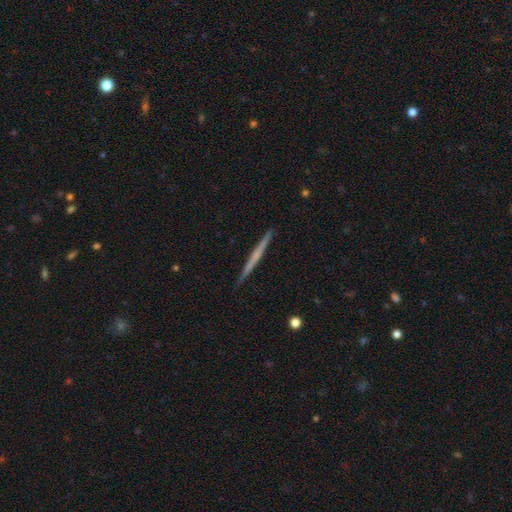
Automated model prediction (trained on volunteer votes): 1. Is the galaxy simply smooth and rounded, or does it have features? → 59% featured or disk, 35% smooth, 5% star or artifact.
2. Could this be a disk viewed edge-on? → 98% yes, 2% no.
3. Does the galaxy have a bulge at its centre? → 81% none, 15% rounded, 5% boxy.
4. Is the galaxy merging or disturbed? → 92% none, 6% minor disturbance, 1% major disturbance, 1% merger.